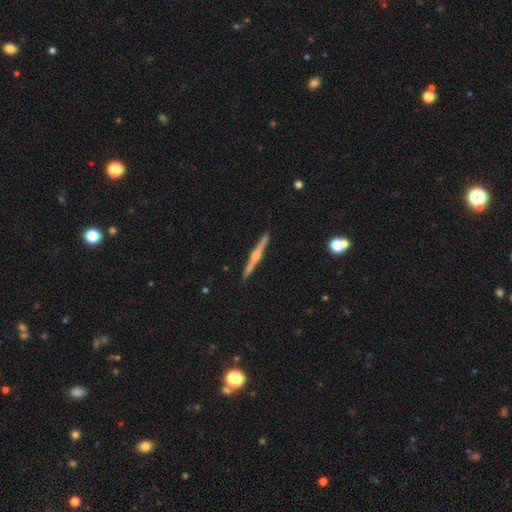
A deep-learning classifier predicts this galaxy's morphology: This is likely a featured or disk galaxy (80%). It is clearly viewed edge-on (98%). Edge-on bulge: clearly rounded (87%). Merging: clearly none (92%).